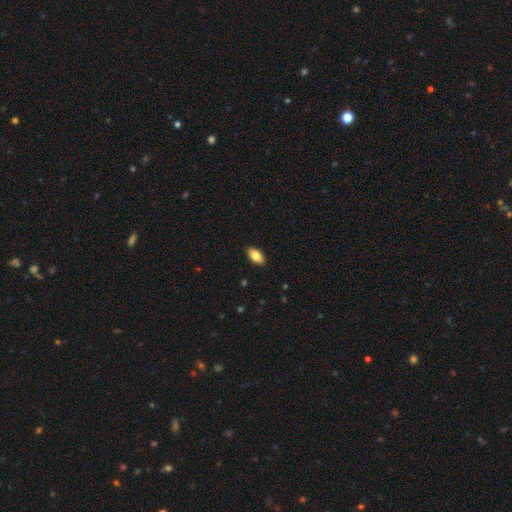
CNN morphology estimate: This appears to be a smooth galaxy with no disk features (83%) that is in between round and cigar-shaped (93%). Merging: none (90%).